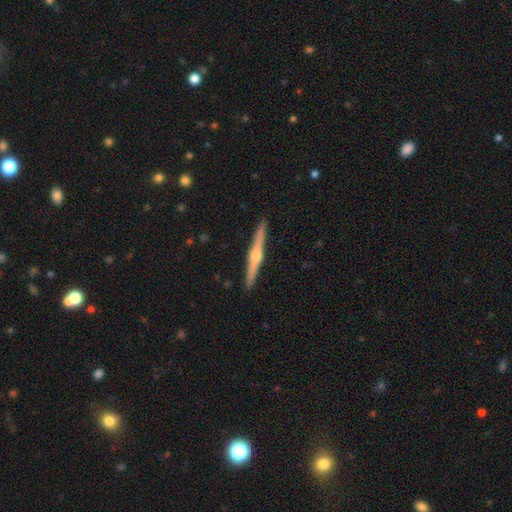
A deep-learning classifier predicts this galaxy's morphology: featured or disk 79%, smooth 16%, star or artifact 5%. Down the decision tree: edge-on disk — yes (99%); edge-on bulge — rounded (89%); merging — none (93%).